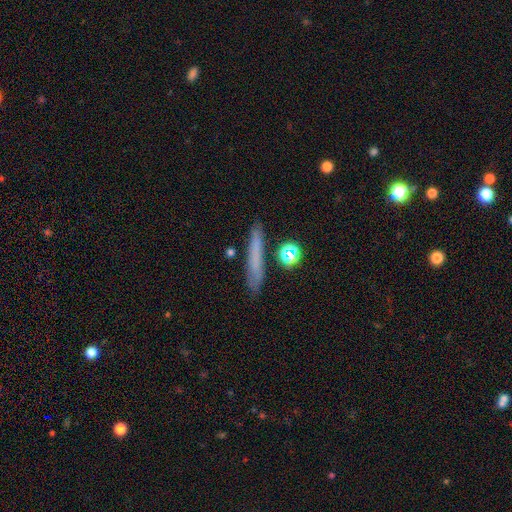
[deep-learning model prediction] A smooth galaxy with no disk features (67%) that is cigar-shaped (91%).

Vote fractions:
- Smooth or featured? smooth: 67% / featured or disk: 24% / star or artifact: 9%
- How rounded? cigar-shaped: 91% / in between: 5% / round: 3%
- Merging? none: 82% / minor disturbance: 11% / merger: 4% / major disturbance: 3%